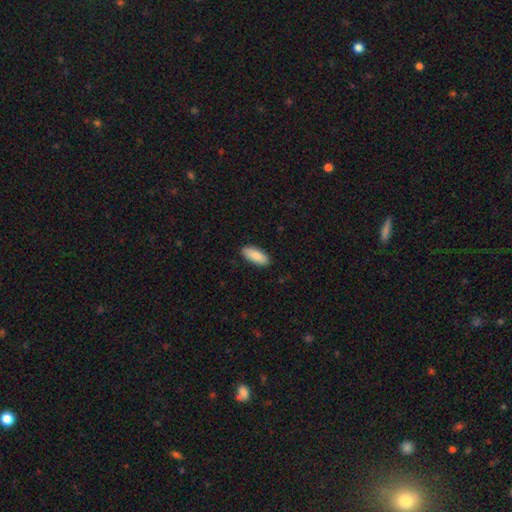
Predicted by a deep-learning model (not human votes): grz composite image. It shows a smooth galaxy with no disk features (89%) that is in between round and cigar-shaped (81%). Merging: none (90%).